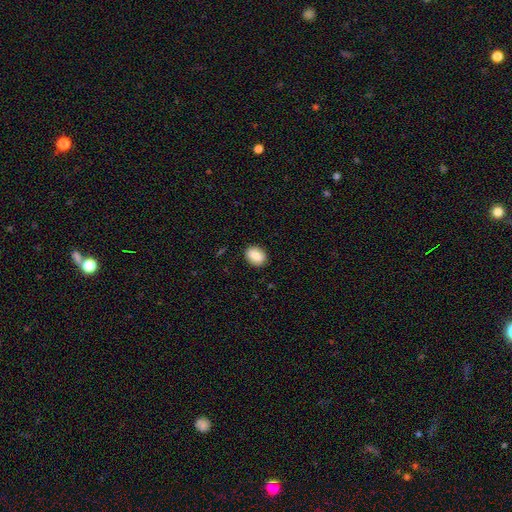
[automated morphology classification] Smooth or featured? Predicted: smooth (p=0.84). How rounded? Predicted: in between (p=0.64). Merging? Predicted: none (p=0.89).